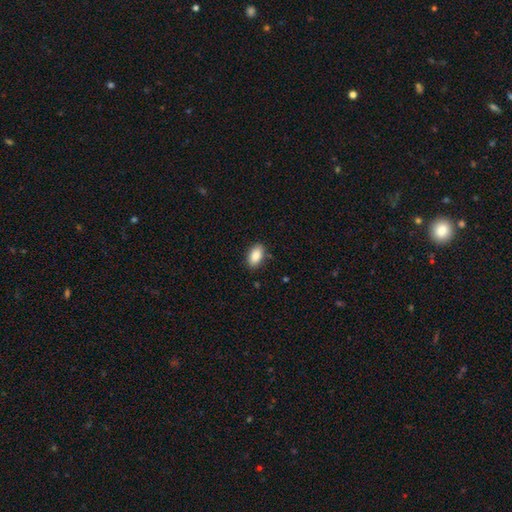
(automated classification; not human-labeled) Smooth or featured? smooth (88%)
How rounded? in between (92%)
Merging? none (86%)